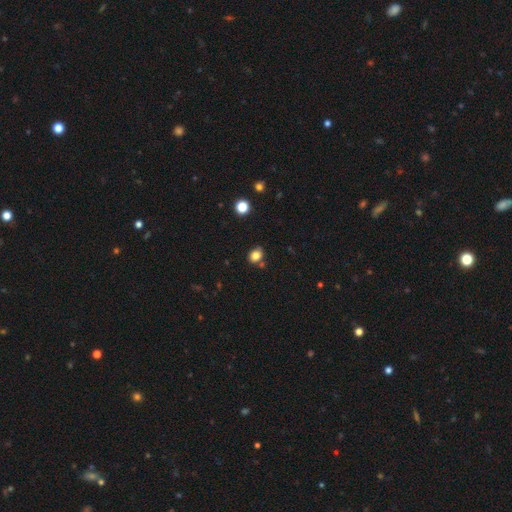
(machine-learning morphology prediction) Smooth or featured: smooth — 82% (star or artifact — 12%)
How rounded: in between — 50% (tied with round — 50%)
Merging: none — 74% (minor disturbance — 15%)